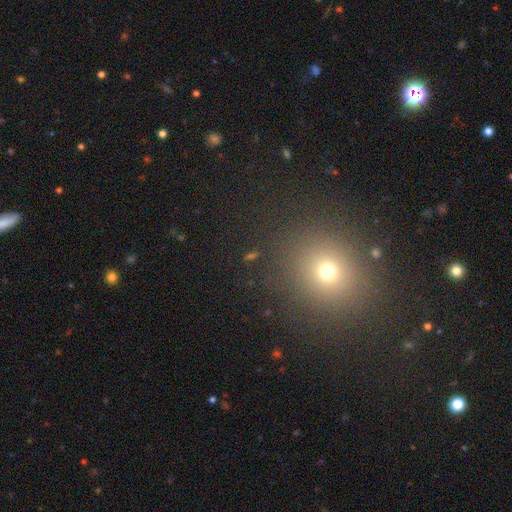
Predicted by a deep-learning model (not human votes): A smooth galaxy with no disk features (58%) that is round (82%).

Vote fractions:
- Smooth or featured? smooth: 58% / star or artifact: 35% / featured or disk: 8%
- How rounded? round: 82% / in between: 17% / cigar-shaped: 1%
- Merging? none: 89% / minor disturbance: 6% / major disturbance: 3% / merger: 2%